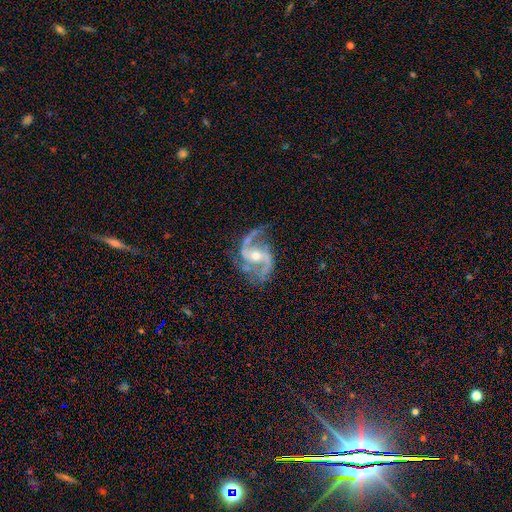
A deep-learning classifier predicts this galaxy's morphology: smooth-or-featured: featured or disk: 92% | star or artifact: 5% | smooth: 3%
  disk-edge-on: no: 98% | yes: 2%
    bar: weak: 39% | no: 37% | strong: 24%
    has-spiral-arms: yes: 98% | no: 2%
      spiral-winding: medium: 47% | loose: 44% | tight: 9%
      spiral-arm-count: 2: 91% | 3: 3% | can't tell: 2% | 1: 2% | 4: 1% | more than 4: 1%
    bulge-size: moderate: 60% | small: 36% | large: 2% | none: 1% | dominant: 1%
  merging: none: 69% | minor disturbance: 19% | major disturbance: 10% | merger: 2%